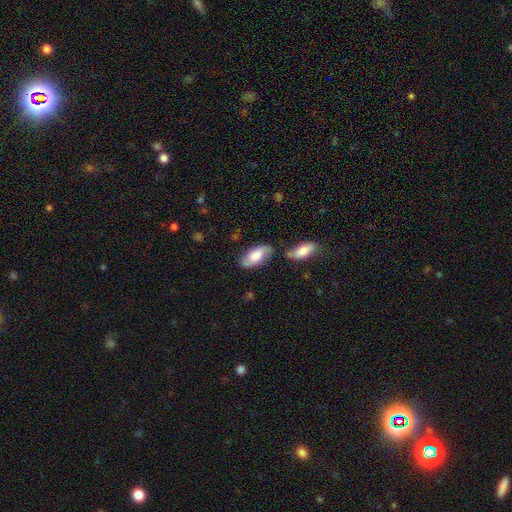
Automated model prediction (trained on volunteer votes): This is likely a smooth galaxy (64%). How rounded: clearly in between (90%). Merging: likely none (66%).